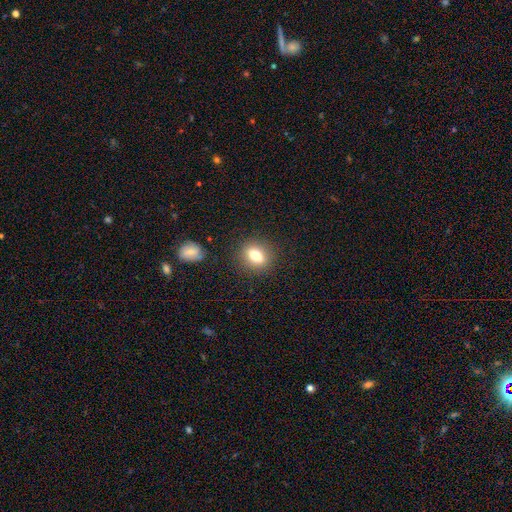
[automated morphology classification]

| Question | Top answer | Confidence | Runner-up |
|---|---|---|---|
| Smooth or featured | smooth | 77% | featured or disk (13%) |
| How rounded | in between | 56% | round (41%) |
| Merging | none | 87% | minor disturbance (9%) |